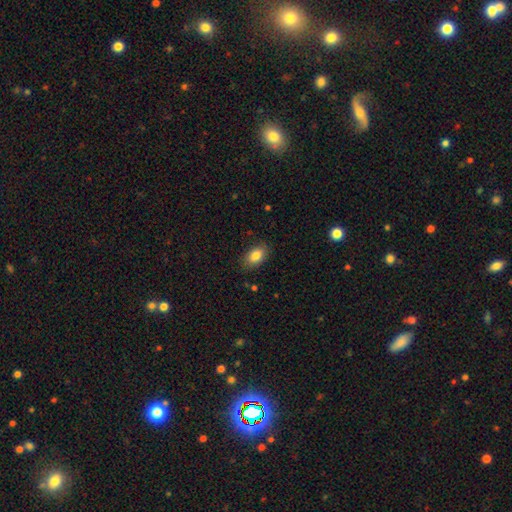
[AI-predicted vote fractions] smooth-or-featured: smooth: 83% | featured or disk: 9% | star or artifact: 8%
  how-rounded: in between: 90% | round: 8% | cigar-shaped: 2%
  merging: none: 85% | minor disturbance: 11% | major disturbance: 3% | merger: 1%